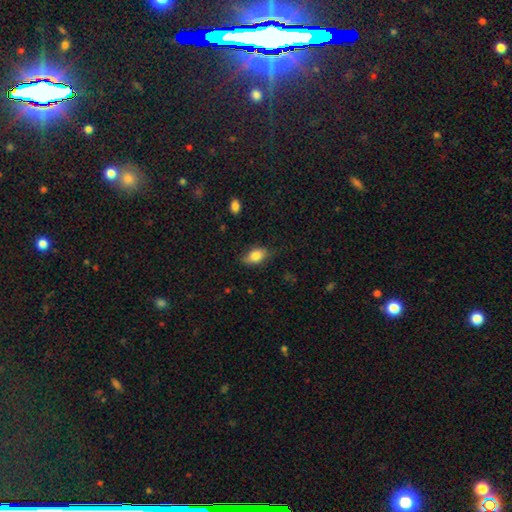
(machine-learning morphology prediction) This appears to be a smooth galaxy with no disk features (81%) that is in between round and cigar-shaped (87%). Merging: none (72%).